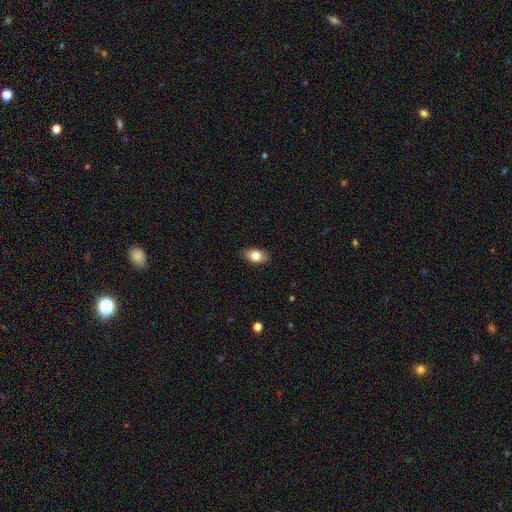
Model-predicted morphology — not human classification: A smooth galaxy with no disk features (80%) that is in between round and cigar-shaped (89%). Merging: none (86%).